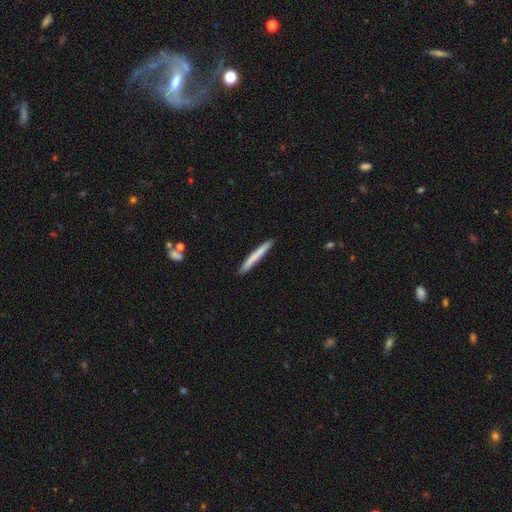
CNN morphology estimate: Smooth or featured?
  - smooth: 70% *
  - featured or disk: 25%
  - star or artifact: 6%
How rounded?
  - cigar-shaped: 97% *
  - in between: 2%
  - round: 1%
Merging?
  - none: 90% *
  - minor disturbance: 7%
  - merger: 1%
  - major disturbance: 1%